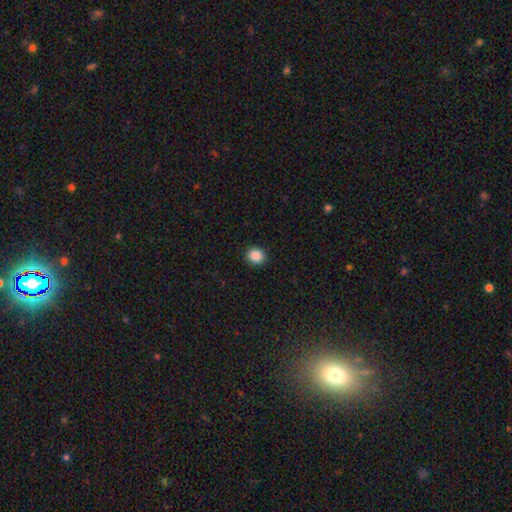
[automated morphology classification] Smooth or featured?
  - smooth: 87% *
  - star or artifact: 10%
  - featured or disk: 3%
How rounded?
  - round: 79% *
  - in between: 20%
  - cigar-shaped: 1%
Merging?
  - none: 91% *
  - minor disturbance: 6%
  - major disturbance: 2%
  - merger: 1%